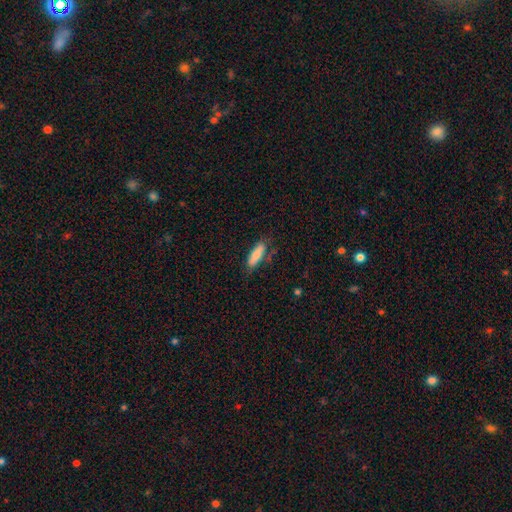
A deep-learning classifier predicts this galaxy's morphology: Q: Smooth or featured?
A: smooth (80%); runner-up: featured or disk (14%)
Q: How rounded?
A: in between (55%); runner-up: cigar-shaped (44%)
Q: Merging?
A: none (68%); runner-up: minor disturbance (22%)